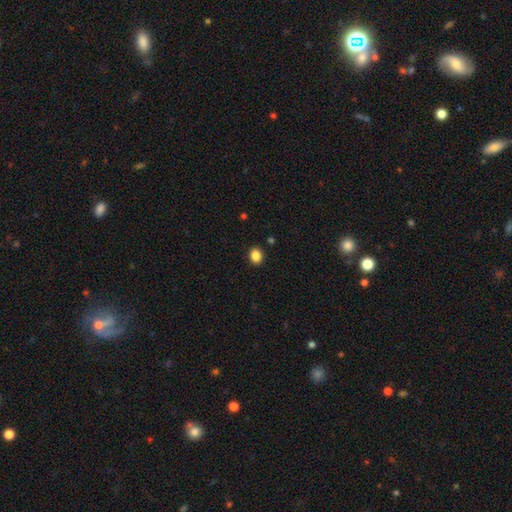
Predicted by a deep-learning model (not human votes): A smooth galaxy with no disk features (87%) that is in between round and cigar-shaped (51%). Merging: none (90%).